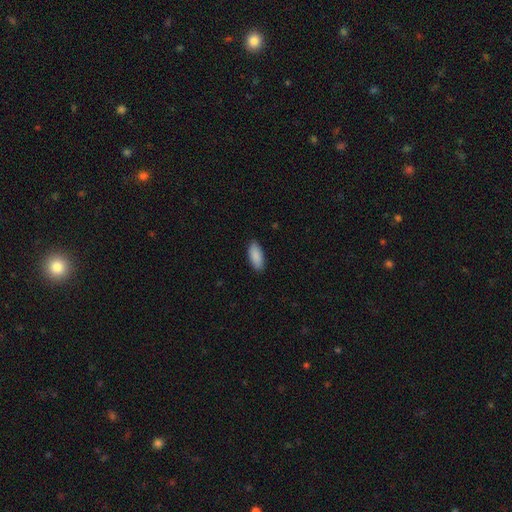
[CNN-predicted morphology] Smooth or featured: smooth — 90% (star or artifact — 6%)
How rounded: in between — 85% (cigar-shaped — 14%)
Merging: none — 89% (minor disturbance — 9%)